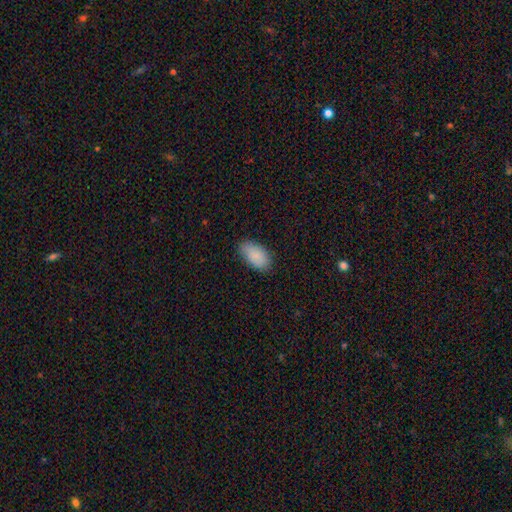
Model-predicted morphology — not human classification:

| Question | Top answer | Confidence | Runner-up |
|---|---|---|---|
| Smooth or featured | smooth | 89% | star or artifact (7%) |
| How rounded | in between | 95% | round (3%) |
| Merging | none | 81% | minor disturbance (15%) |